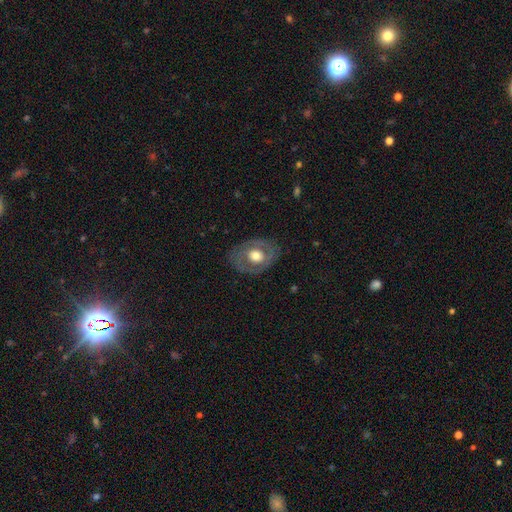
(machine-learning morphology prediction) Smooth or featured: featured or disk — 52% (smooth — 42%)
Edge-on disk: no — 93% (yes — 7%)
Merging: none — 78% (minor disturbance — 14%)